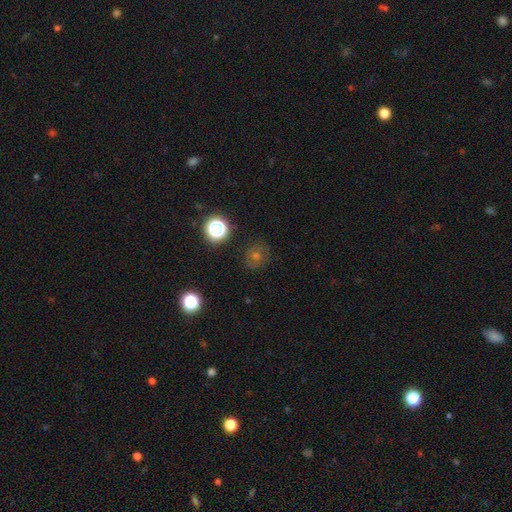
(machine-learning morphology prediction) Smooth or featured?
  - smooth: 50% *
  - star or artifact: 33%
  - featured or disk: 17%
How rounded?
  - round: 81% *
  - in between: 18%
  - cigar-shaped: 1%
Merging?
  - none: 83% *
  - minor disturbance: 11%
  - major disturbance: 4%
  - merger: 2%